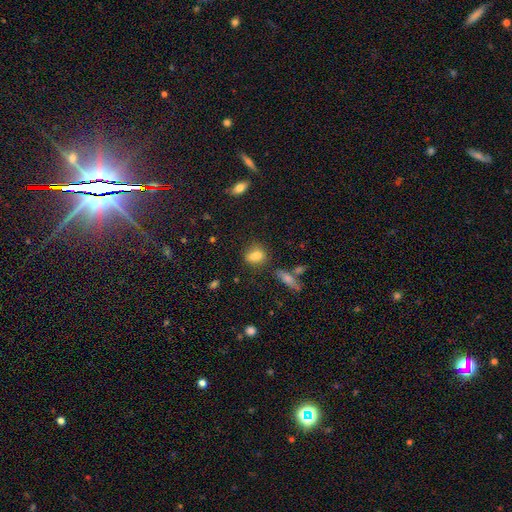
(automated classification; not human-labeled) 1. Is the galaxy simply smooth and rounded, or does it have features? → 73% smooth, 14% featured or disk, 13% star or artifact.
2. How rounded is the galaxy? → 51% in between, 44% round, 5% cigar-shaped.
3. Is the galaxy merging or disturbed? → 46% none, 36% merger, 13% minor disturbance, 5% major disturbance.